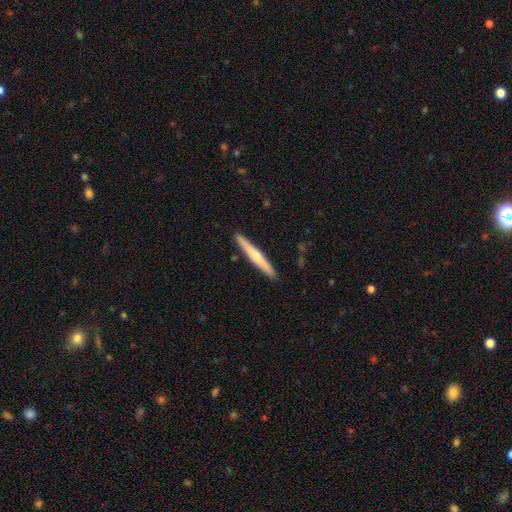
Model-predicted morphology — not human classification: The model was most divided on "smooth or featured": featured or disk: 48%, smooth: 47%, star or artifact: 5%. More confident: merging — none (91%).